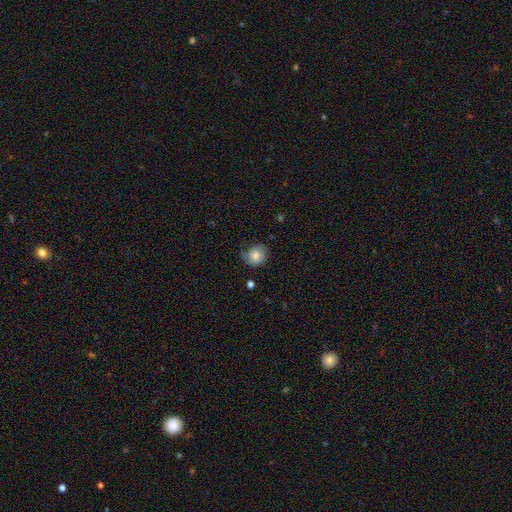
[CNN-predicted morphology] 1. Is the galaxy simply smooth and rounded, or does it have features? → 71% smooth, 20% featured or disk, 8% star or artifact.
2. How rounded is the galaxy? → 77% round, 22% in between, 1% cigar-shaped.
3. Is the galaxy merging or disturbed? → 58% none, 31% minor disturbance, 10% major disturbance, 2% merger.